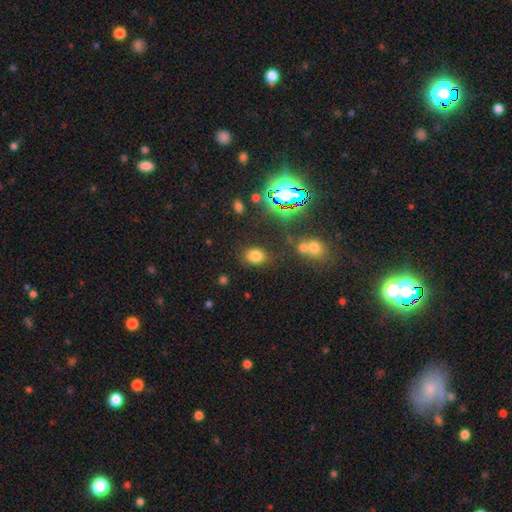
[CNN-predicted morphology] Smooth or featured: smooth — 73% (star or artifact — 19%)
How rounded: in between — 63% (round — 36%)
Merging: none — 78% (minor disturbance — 13%)